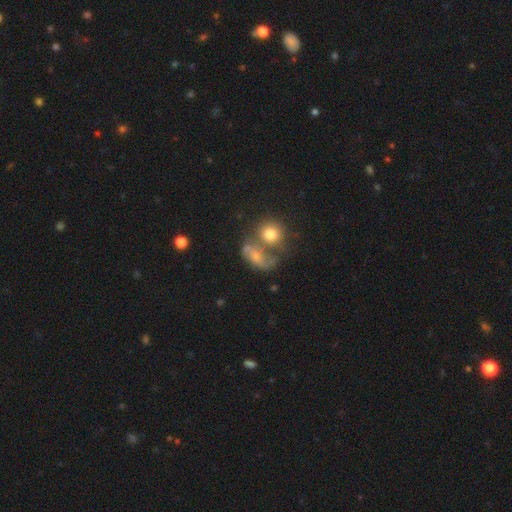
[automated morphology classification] type=smooth (49%); merging=merger (36%).